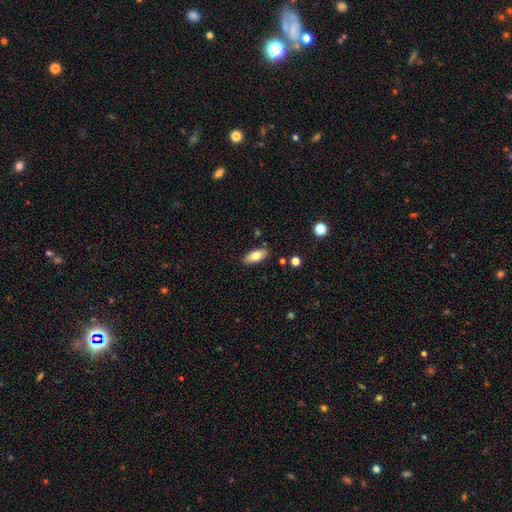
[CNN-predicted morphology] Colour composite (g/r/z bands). It shows a smooth galaxy with no disk features (75%) that is in between round and cigar-shaped (84%). Merging: none (87%).